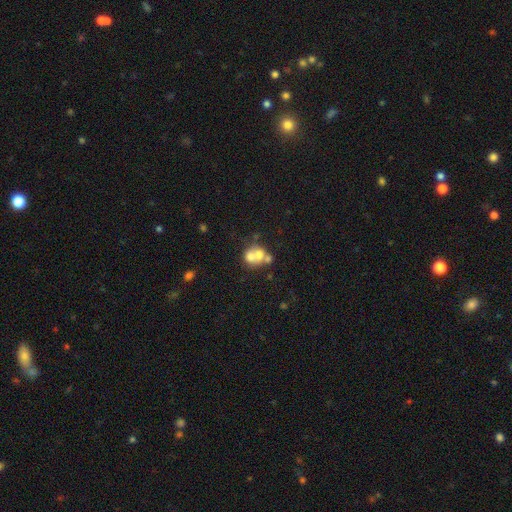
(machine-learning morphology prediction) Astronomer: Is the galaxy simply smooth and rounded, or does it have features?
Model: smooth — 59%.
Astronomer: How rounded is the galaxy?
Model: round — 67%.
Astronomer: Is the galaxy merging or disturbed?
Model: merger — 63%.